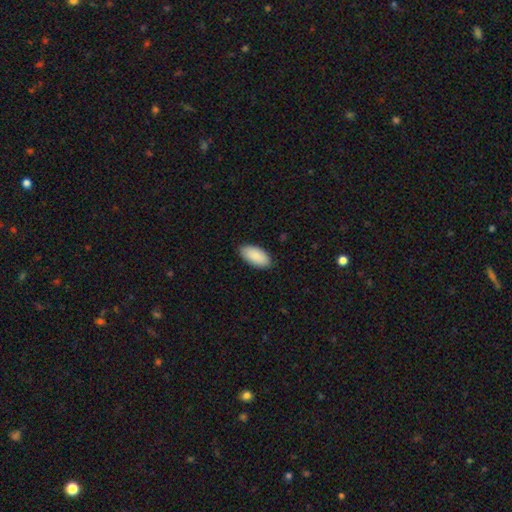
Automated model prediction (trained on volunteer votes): smooth 91%, star or artifact 5%, featured or disk 4%. Down the decision tree: how rounded — in between (95%); merging — none (87%).